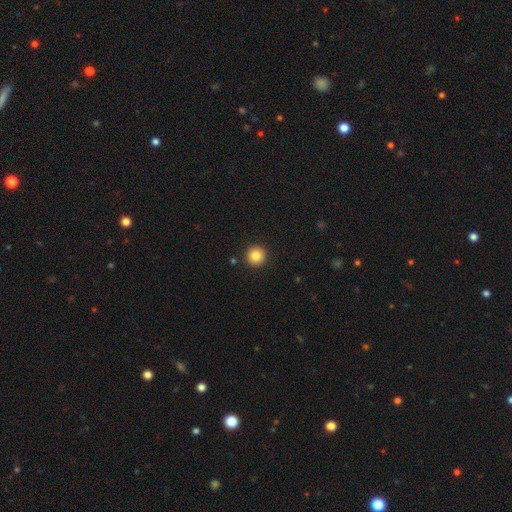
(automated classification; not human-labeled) Smooth or featured? Predicted: smooth (p=0.84). How rounded? Predicted: round (p=0.96). Merging? Predicted: none (p=0.92).